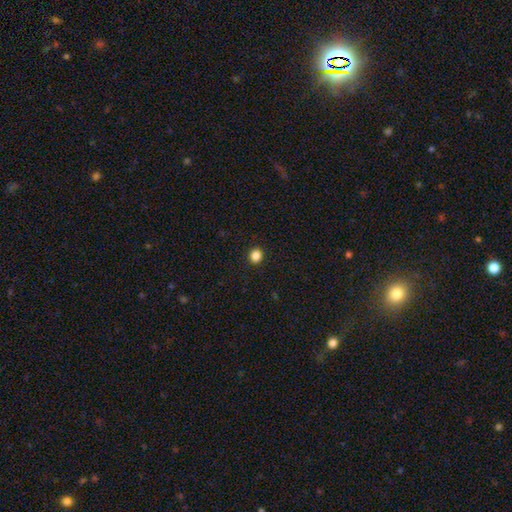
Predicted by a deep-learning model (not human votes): A smooth galaxy with no disk features (86%) that is round (78%). Merging: none (93%).